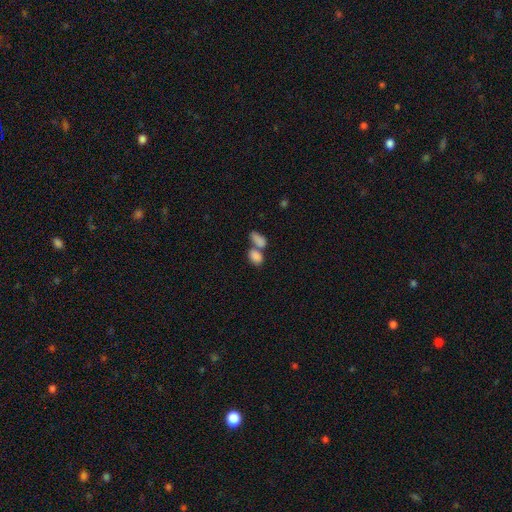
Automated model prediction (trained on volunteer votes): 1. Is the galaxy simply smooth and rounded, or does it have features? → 84% smooth, 9% featured or disk, 8% star or artifact.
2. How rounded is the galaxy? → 88% in between, 10% round, 2% cigar-shaped.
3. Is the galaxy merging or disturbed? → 60% merger, 27% none, 8% minor disturbance, 5% major disturbance.